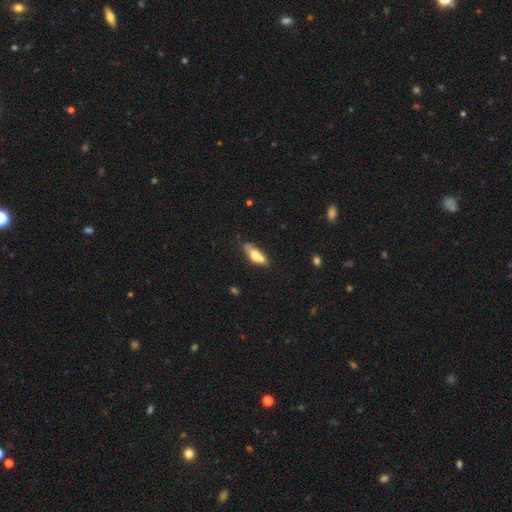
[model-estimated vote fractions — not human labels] Smooth or featured? Predicted: smooth (p=0.57). How rounded? Predicted: in between (p=0.65). Merging? Predicted: none (p=0.50).